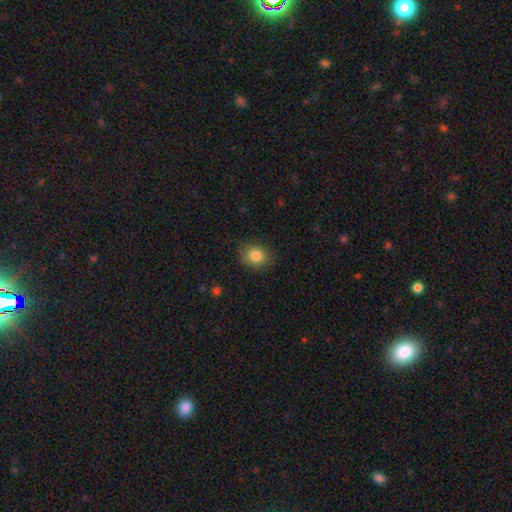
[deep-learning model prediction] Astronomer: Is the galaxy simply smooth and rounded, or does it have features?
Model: smooth — 84%.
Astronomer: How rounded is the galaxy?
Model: round — 65%.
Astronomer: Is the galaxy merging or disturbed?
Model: none — 84%.